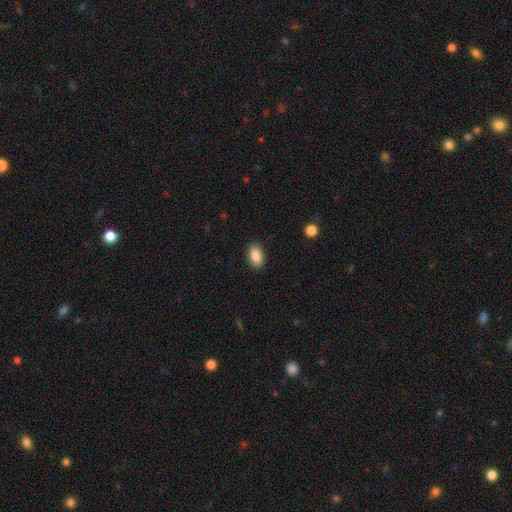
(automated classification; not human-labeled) smooth-or-featured: smooth: 89% | star or artifact: 7% | featured or disk: 4%
  how-rounded: in between: 92% | round: 6% | cigar-shaped: 2%
  merging: none: 88% | minor disturbance: 8% | major disturbance: 2% | merger: 1%